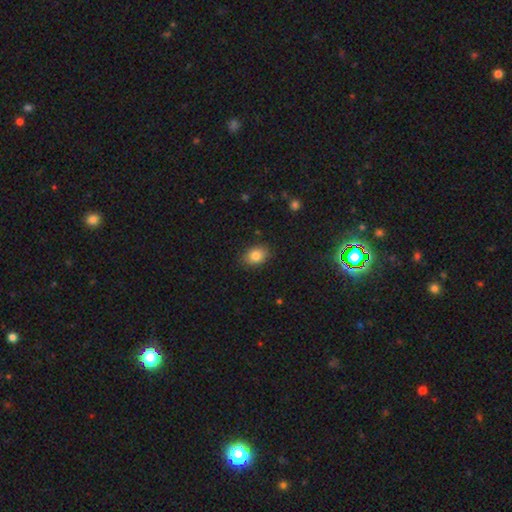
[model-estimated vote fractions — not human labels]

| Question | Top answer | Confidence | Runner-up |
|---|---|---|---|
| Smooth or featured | smooth | 83% | star or artifact (9%) |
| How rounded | in between | 71% | round (28%) |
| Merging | none | 86% | minor disturbance (11%) |